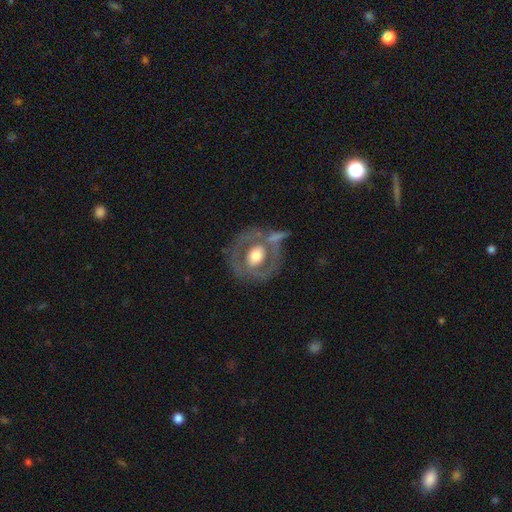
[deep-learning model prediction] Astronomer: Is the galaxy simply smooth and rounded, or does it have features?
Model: featured or disk — 58% (runner-up: smooth, 36%).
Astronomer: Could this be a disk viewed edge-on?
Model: no — 94%.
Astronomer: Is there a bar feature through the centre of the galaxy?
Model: no — 68%.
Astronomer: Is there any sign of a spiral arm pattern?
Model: no — 77%.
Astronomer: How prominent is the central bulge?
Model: moderate — 58%.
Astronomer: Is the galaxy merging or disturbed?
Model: none — 59%.